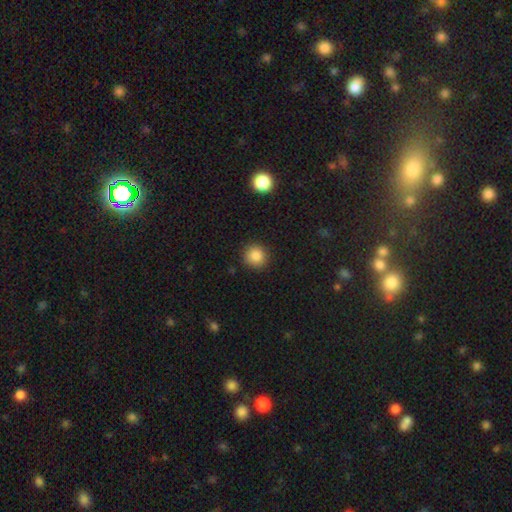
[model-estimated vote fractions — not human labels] Morphology: type=smooth (86%); roundness=round (92%); merging=none (89%).